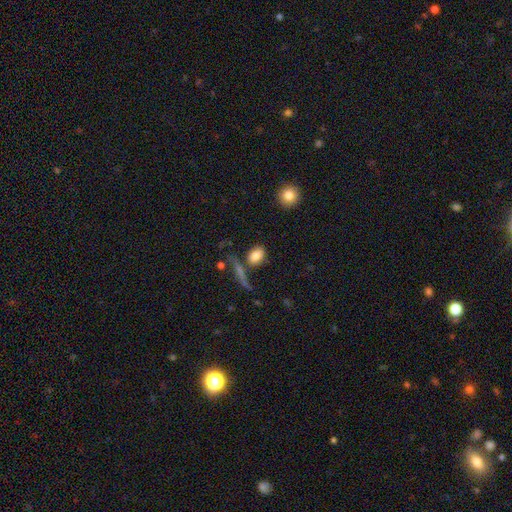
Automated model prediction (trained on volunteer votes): This appears to be a smooth galaxy with no disk features (81%) that is in between round and cigar-shaped (77%). Merging: none (64%).